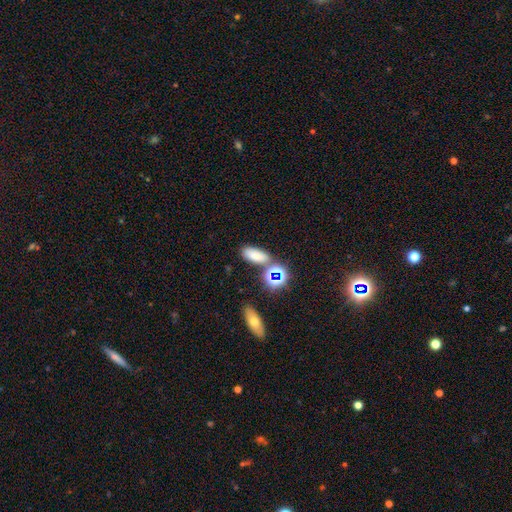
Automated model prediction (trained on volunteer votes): A smooth galaxy with no disk features (76%) that is in between round and cigar-shaped (82%).

Vote fractions:
- Smooth or featured? smooth: 76% / star or artifact: 18% / featured or disk: 7%
- How rounded? in between: 82% / cigar-shaped: 10% / round: 8%
- Merging? none: 72% / merger: 13% / minor disturbance: 11% / major disturbance: 4%